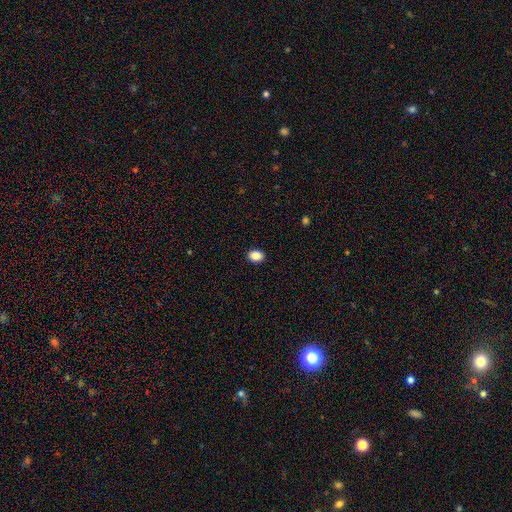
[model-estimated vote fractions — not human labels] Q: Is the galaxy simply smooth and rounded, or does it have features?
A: smooth — 89%.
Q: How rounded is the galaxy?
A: in between — 65%.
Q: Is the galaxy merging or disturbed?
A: none — 91%.